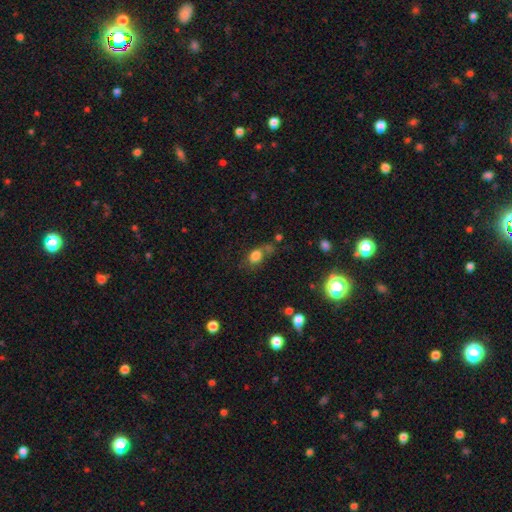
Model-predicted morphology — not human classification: smooth_or_featured: smooth (p=0.76) [alt: star or artifact p=0.14]
how_rounded: in between (p=0.61) [alt: round p=0.37]
merging: none (p=0.41) [alt: minor disturbance p=0.23]